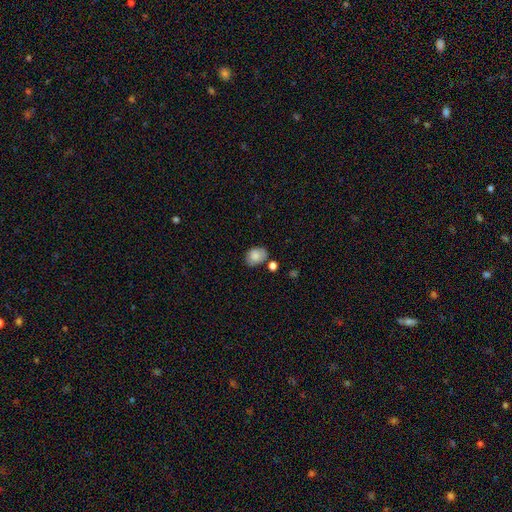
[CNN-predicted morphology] Smooth or featured: smooth — 83% (featured or disk — 9%)
How rounded: in between — 74% (round — 25%)
Merging: none — 67% (minor disturbance — 20%)